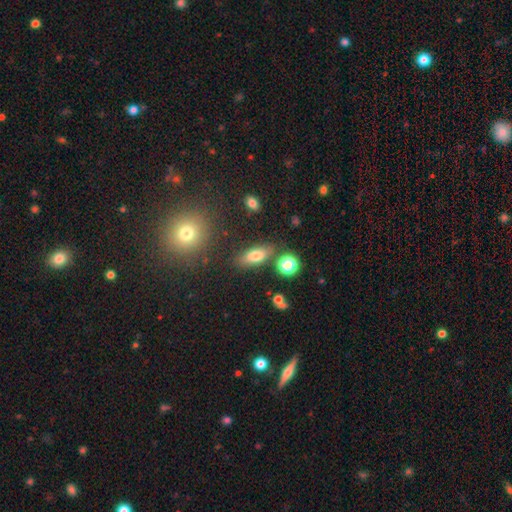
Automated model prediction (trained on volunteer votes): Smooth or featured? smooth (75%)
How rounded? in between (72%)
Merging? none (76%)